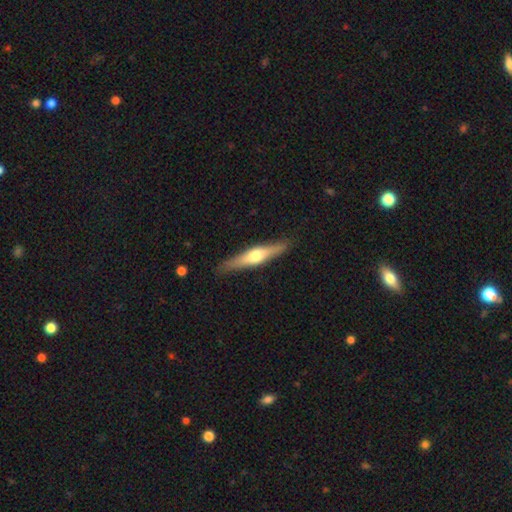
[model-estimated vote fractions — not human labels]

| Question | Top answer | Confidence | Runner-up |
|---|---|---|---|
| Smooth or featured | featured or disk | 59% | smooth (36%) |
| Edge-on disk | yes | 95% | no (5%) |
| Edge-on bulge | rounded | 91% | boxy (5%) |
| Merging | none | 88% | minor disturbance (9%) |